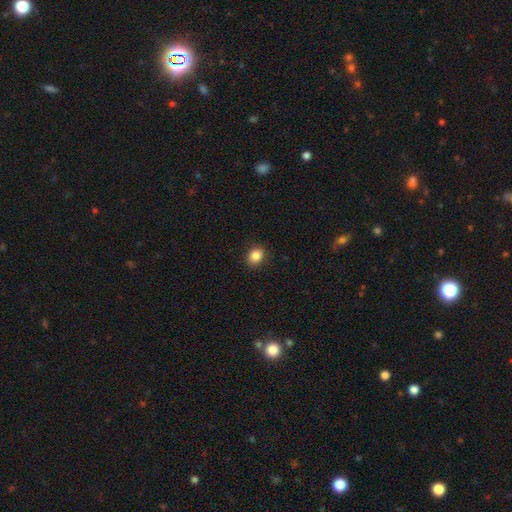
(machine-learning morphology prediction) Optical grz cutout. It shows a smooth galaxy with no disk features (86%) that is in between round and cigar-shaped (56%). Merging: none (88%).